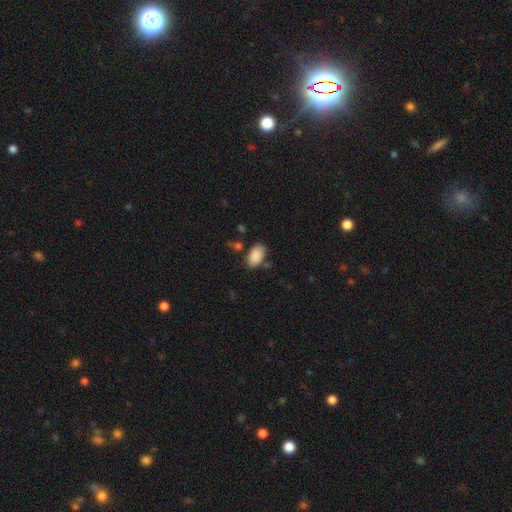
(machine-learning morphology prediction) Smooth or featured? smooth (89%)
How rounded? in between (94%)
Merging? none (73%)